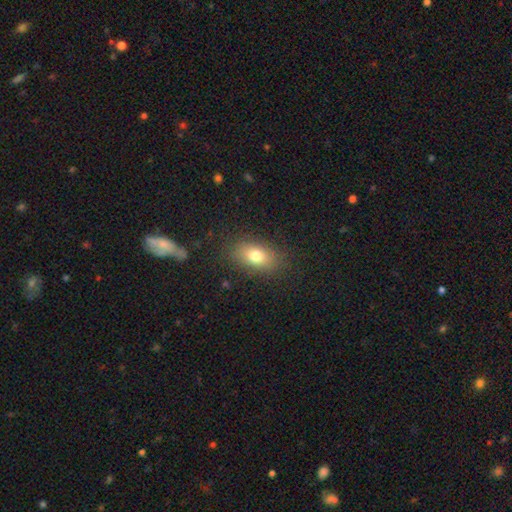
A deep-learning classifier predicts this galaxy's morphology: type=smooth (76%); roundness=in between (83%); merging=none (84%).